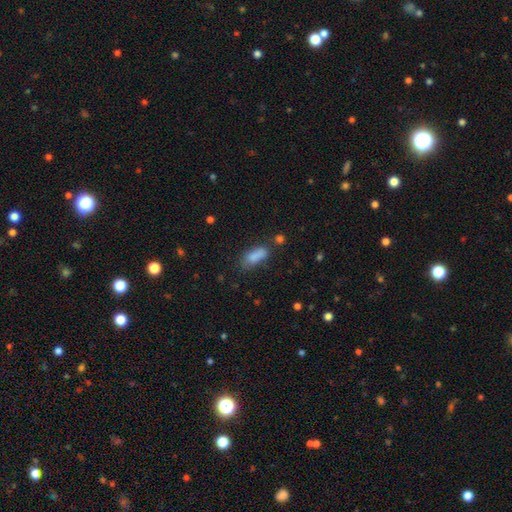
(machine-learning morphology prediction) Smooth or featured? smooth (82%)
How rounded? in between (77%)
Merging? none (53%)